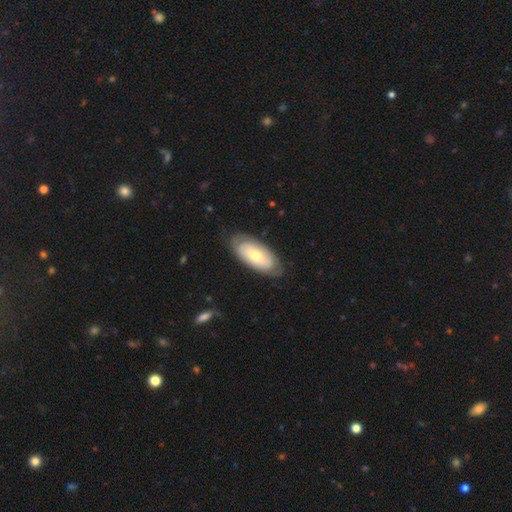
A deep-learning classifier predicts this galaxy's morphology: smooth_or_featured: smooth (p=0.52) [alt: featured or disk p=0.42]
how_rounded: in between (p=0.91) [alt: cigar-shaped p=0.06]
merging: none (p=0.76) [alt: minor disturbance p=0.18]